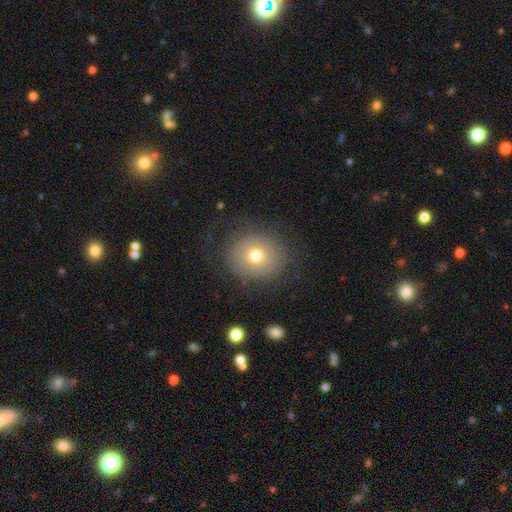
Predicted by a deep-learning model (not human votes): smooth_or_featured: smooth (p=0.63) [alt: featured or disk p=0.26]
how_rounded: round (p=0.76) [alt: in between p=0.23]
merging: none (p=0.76) [alt: minor disturbance p=0.14]